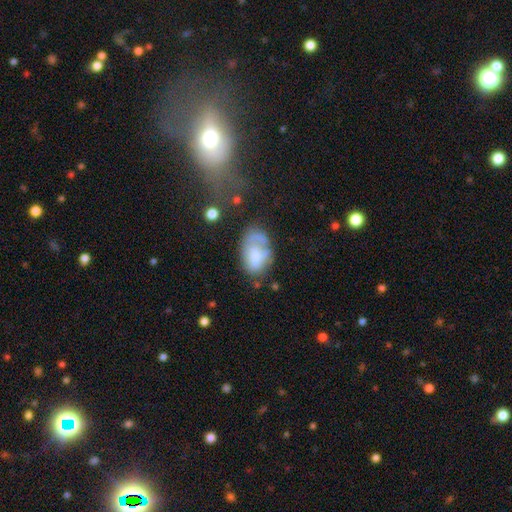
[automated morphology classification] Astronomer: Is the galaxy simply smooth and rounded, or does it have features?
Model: smooth — 58% (runner-up: featured or disk, 34%).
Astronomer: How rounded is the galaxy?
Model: in between — 85%.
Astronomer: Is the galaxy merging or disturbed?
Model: none — 36% (runner-up: minor disturbance, 28%).